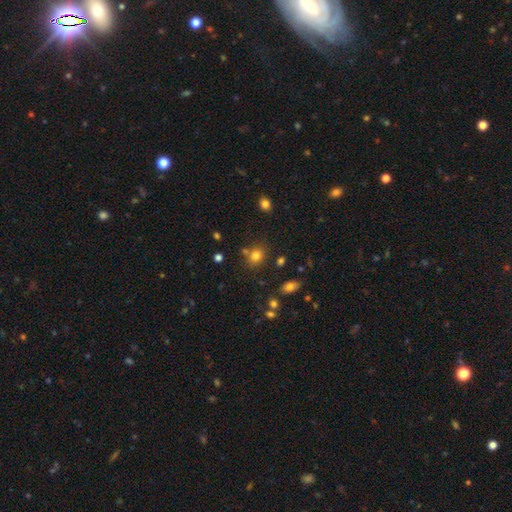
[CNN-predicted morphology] smooth 78%, star or artifact 14%, featured or disk 8%. Down the decision tree: how rounded — round (62%); merging — none (70%).